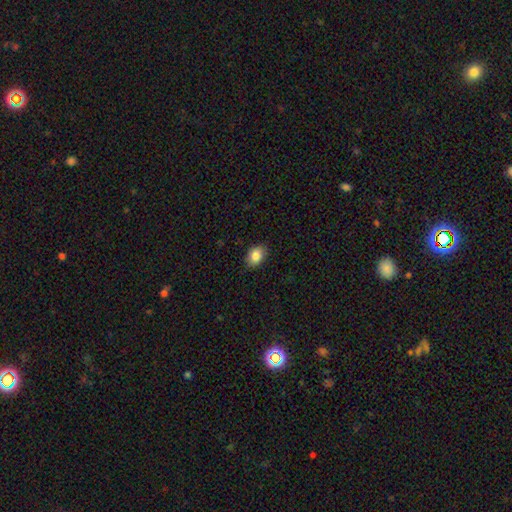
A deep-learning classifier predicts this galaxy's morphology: smooth_or_featured: smooth (p=0.86) [alt: star or artifact p=0.08]
how_rounded: in between (p=0.76) [alt: round p=0.22]
merging: none (p=0.86) [alt: minor disturbance p=0.11]